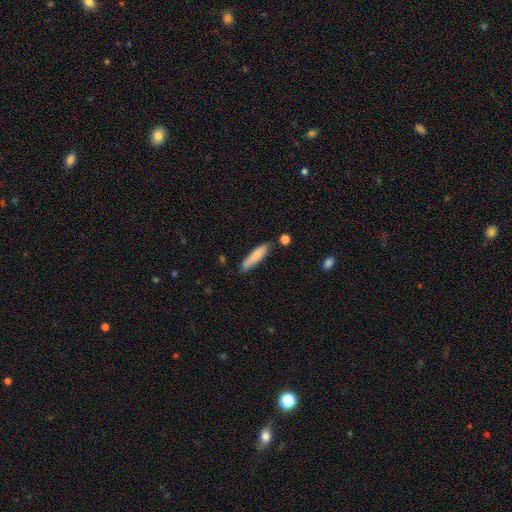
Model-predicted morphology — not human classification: smooth-or-featured: smooth: 79% | featured or disk: 15% | star or artifact: 6%
  how-rounded: cigar-shaped: 78% | in between: 20% | round: 1%
  merging: none: 77% | minor disturbance: 16% | merger: 4% | major disturbance: 3%